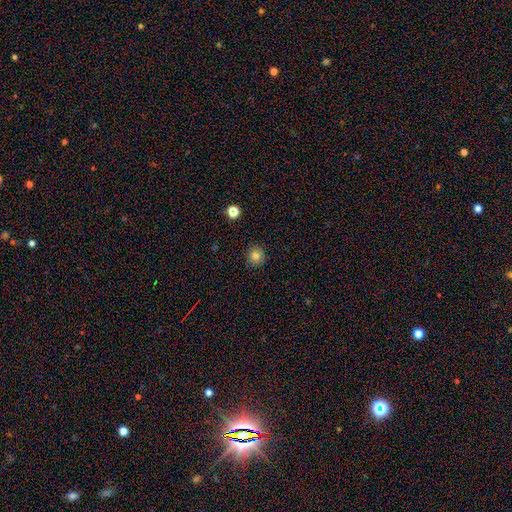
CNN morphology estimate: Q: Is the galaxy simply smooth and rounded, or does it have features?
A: smooth — 81%.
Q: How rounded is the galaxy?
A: round — 92%.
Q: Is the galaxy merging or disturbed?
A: none — 91%.